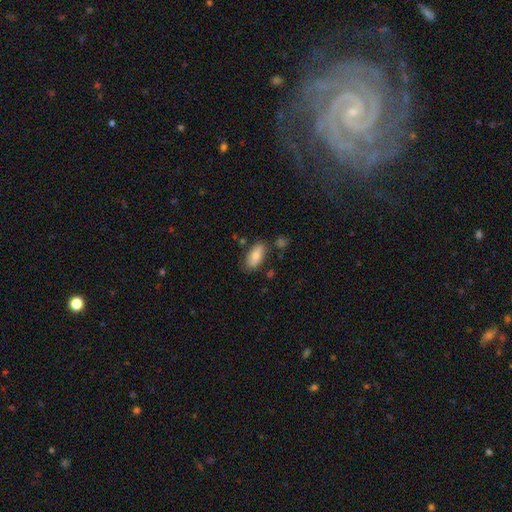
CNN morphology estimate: type=smooth (79%); roundness=in between (91%); merging=none (75%).